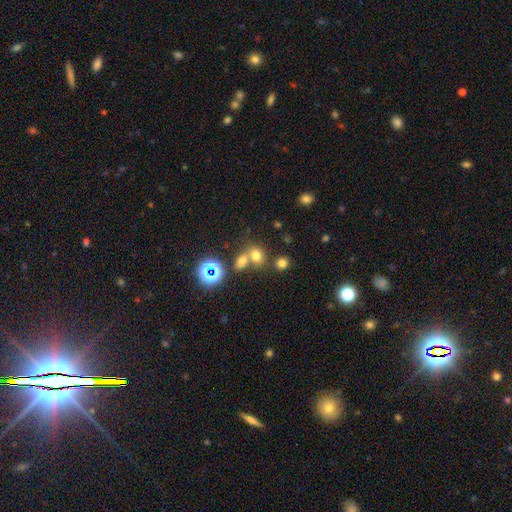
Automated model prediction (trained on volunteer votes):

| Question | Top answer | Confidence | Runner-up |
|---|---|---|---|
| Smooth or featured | smooth | 67% | star or artifact (23%) |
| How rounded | round | 58% | in between (41%) |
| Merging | none | 47% | merger (40%) |